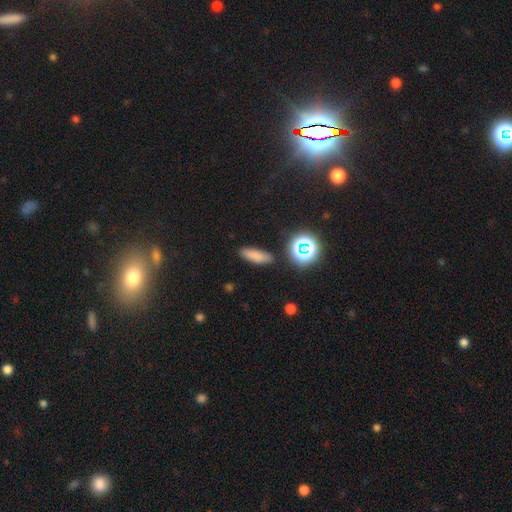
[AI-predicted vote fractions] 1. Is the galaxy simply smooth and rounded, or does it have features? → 77% smooth, 16% star or artifact, 8% featured or disk.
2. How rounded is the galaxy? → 49% in between, 44% cigar-shaped, 7% round.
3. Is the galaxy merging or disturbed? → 86% none, 9% minor disturbance, 3% major disturbance, 2% merger.